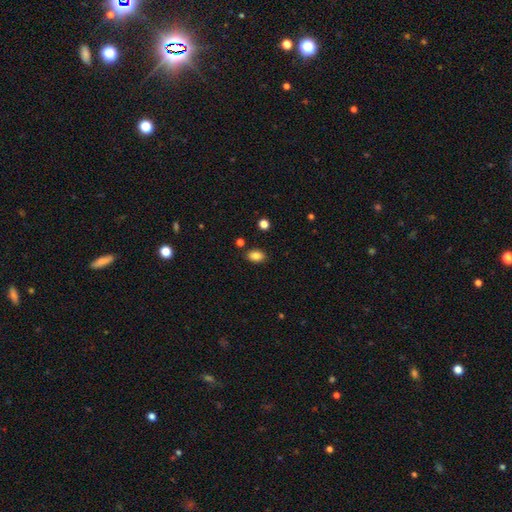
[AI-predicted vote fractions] smooth-or-featured: smooth: 86% | star or artifact: 10% | featured or disk: 5%
  how-rounded: in between: 85% | round: 14% | cigar-shaped: 1%
  merging: none: 85% | minor disturbance: 10% | merger: 3% | major disturbance: 3%